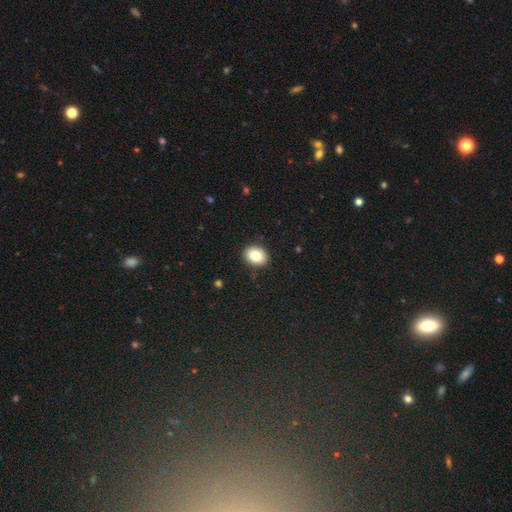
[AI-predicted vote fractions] Smooth or featured? smooth (86%)
How rounded? in between (68%)
Merging? none (90%)